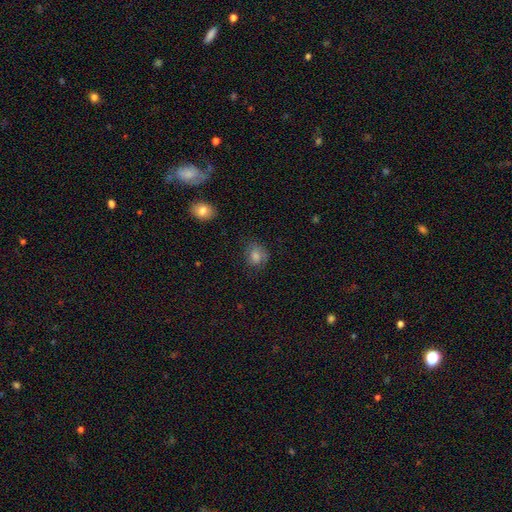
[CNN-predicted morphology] type=smooth (68%); roundness=round (65%); merging=none (71%).